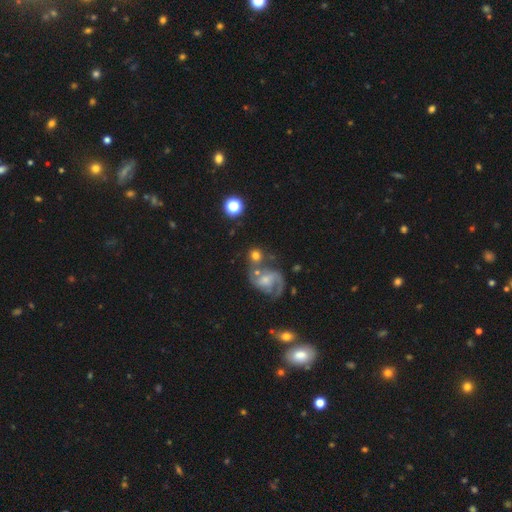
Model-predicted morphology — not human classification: smooth 45%, featured or disk 42%, star or artifact 13%. Down the decision tree: merging — none (47%).